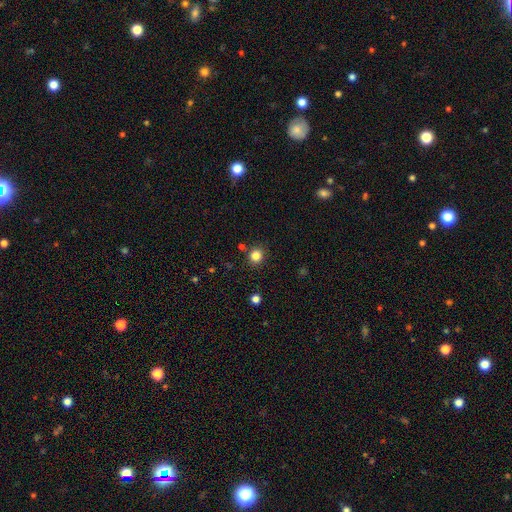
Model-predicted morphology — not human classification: Smooth or featured? Predicted: smooth (p=0.83). How rounded? Predicted: round (p=0.86). Merging? Predicted: none (p=0.86).